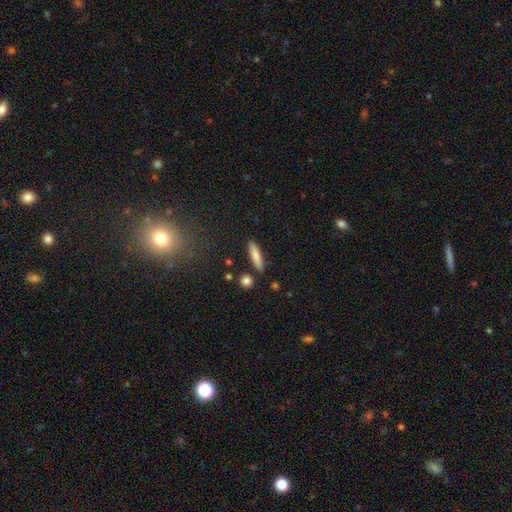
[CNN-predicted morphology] The model was most divided on "how rounded": cigar-shaped: 80%, in between: 18%, round: 2%. More confident: merging — none (87%); smooth or featured — smooth (81%).